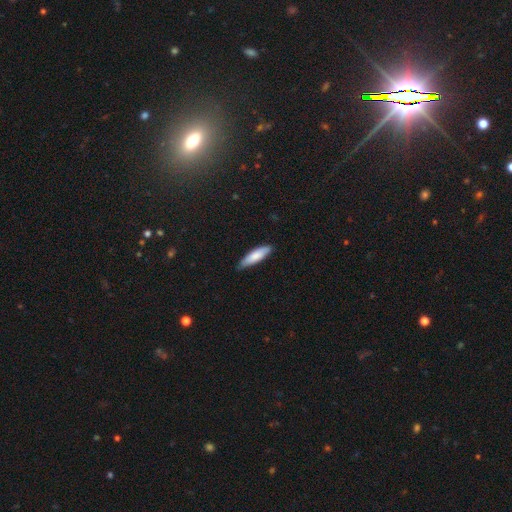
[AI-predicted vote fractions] Smooth or featured?
  - smooth: 79% *
  - featured or disk: 15%
  - star or artifact: 5%
How rounded?
  - cigar-shaped: 62% *
  - in between: 37%
  - round: 1%
Merging?
  - none: 79% *
  - minor disturbance: 18%
  - major disturbance: 2%
  - merger: 1%